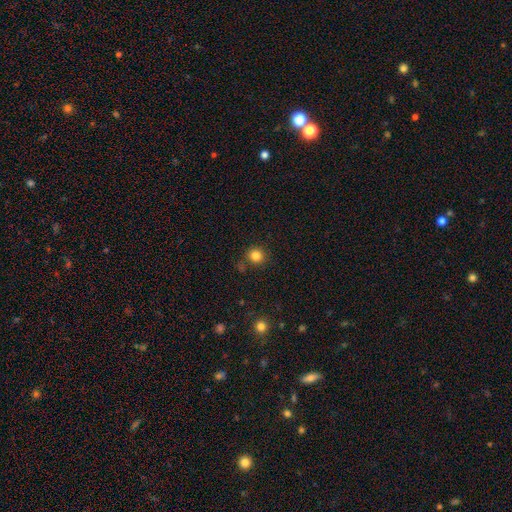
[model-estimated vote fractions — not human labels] Smooth or featured: smooth — 83% (star or artifact — 12%)
How rounded: round — 90% (in between — 9%)
Merging: none — 83% (minor disturbance — 10%)